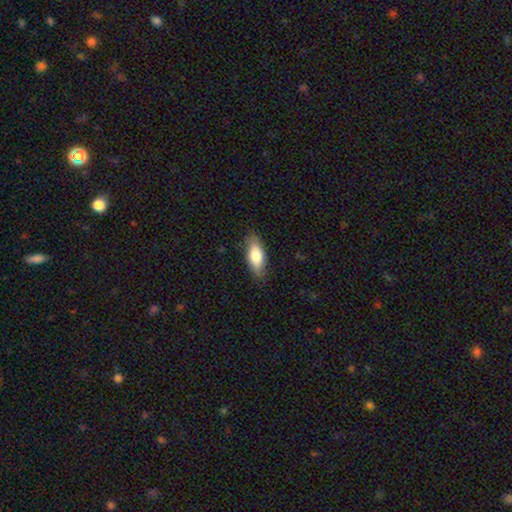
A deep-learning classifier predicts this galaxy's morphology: Smooth or featured? smooth (76%)
How rounded? in between (77%)
Merging? none (83%)